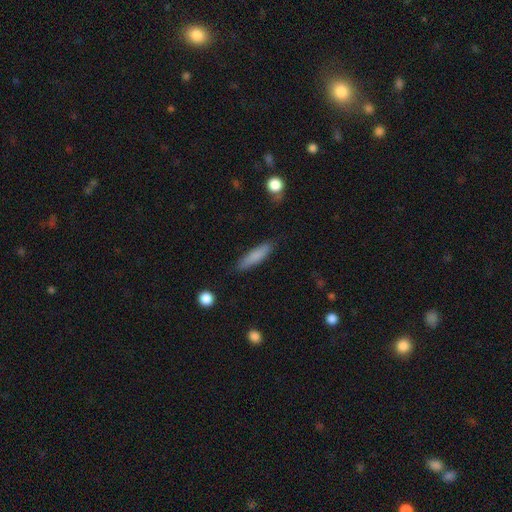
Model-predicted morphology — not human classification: Smooth or featured? smooth (80%)
How rounded? cigar-shaped (79%)
Merging? none (85%)